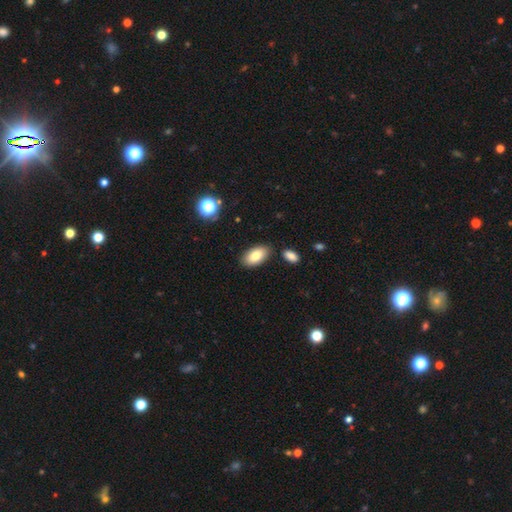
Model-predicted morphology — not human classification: A smooth galaxy with no disk features (84%) that is in between round and cigar-shaped (94%).

Vote fractions:
- Smooth or featured? smooth: 84% / featured or disk: 9% / star or artifact: 7%
- How rounded? in between: 94% / round: 3% / cigar-shaped: 3%
- Merging? none: 82% / minor disturbance: 11% / merger: 5% / major disturbance: 2%